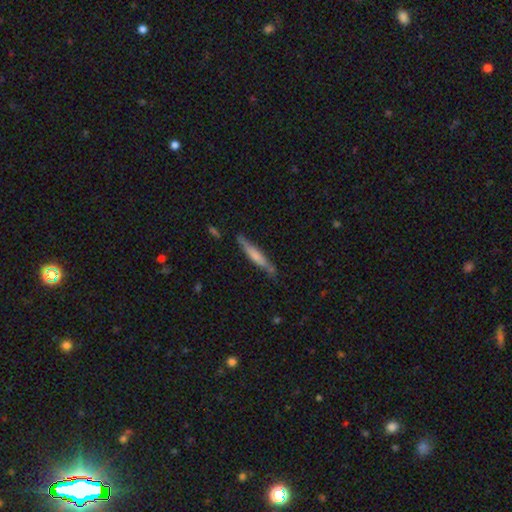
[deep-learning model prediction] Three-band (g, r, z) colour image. It shows a smooth galaxy with no disk features (54%) that is cigar-shaped (93%). Merging: none (77%).